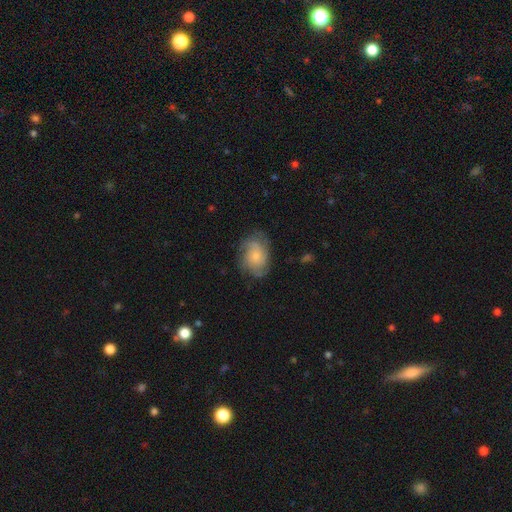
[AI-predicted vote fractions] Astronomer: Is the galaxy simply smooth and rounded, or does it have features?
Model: featured or disk — 56% (runner-up: smooth, 36%).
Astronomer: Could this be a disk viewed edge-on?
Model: no — 97%.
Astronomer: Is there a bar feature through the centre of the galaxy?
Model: no — 79%.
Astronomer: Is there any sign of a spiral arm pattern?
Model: yes — 88%.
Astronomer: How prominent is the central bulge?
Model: small — 53% (runner-up: moderate, 37%).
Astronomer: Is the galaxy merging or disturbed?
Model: none — 71%.